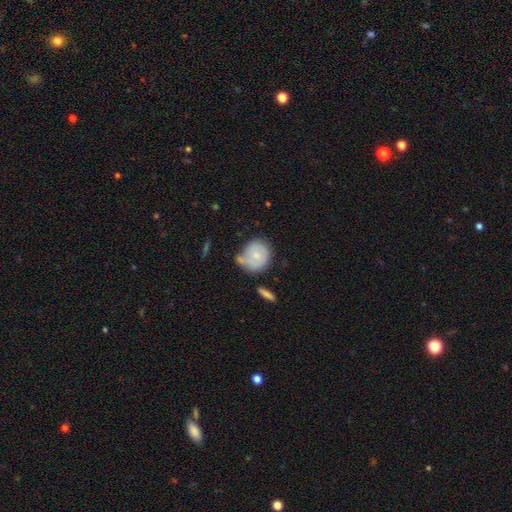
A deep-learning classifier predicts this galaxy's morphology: type=smooth (60%); roundness=round (78%); merging=none (48%).